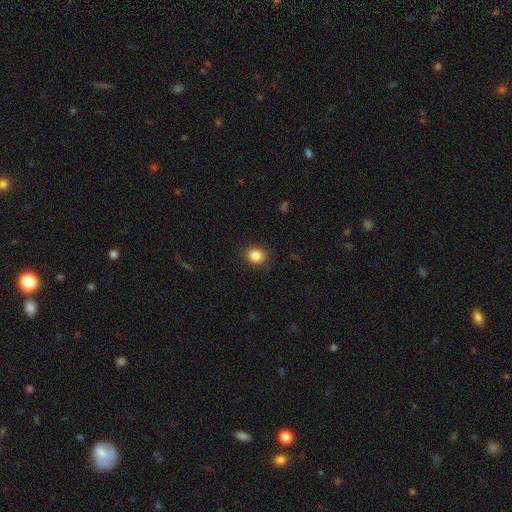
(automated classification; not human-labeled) This appears to be a smooth galaxy with no disk features (85%) that is round (81%). Merging: none (89%).